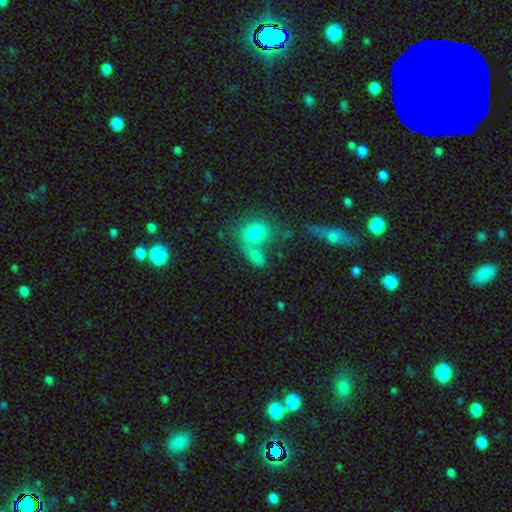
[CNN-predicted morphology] type=smooth (71%); roundness=in between (62%); merging=merger (51%).